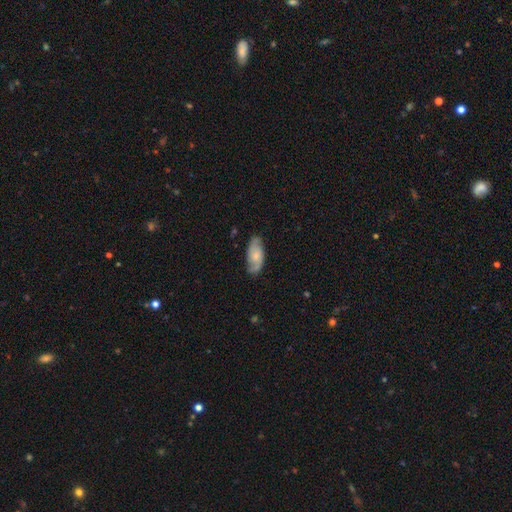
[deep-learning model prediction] featured or disk 56%, smooth 38%, star or artifact 6%. Down the decision tree: edge-on disk — no (93%); bar — no (69%); spiral arms — yes (88%); bulge size — small (50%); merging — none (73%).